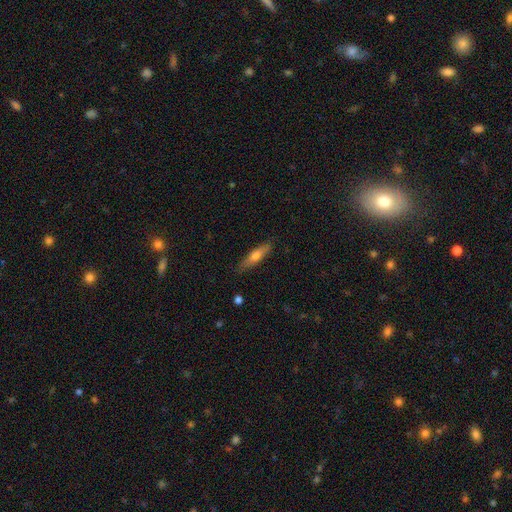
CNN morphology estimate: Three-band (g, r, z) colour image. It shows a smooth galaxy with no disk features (60%) that is cigar-shaped (74%). Merging: none (84%).